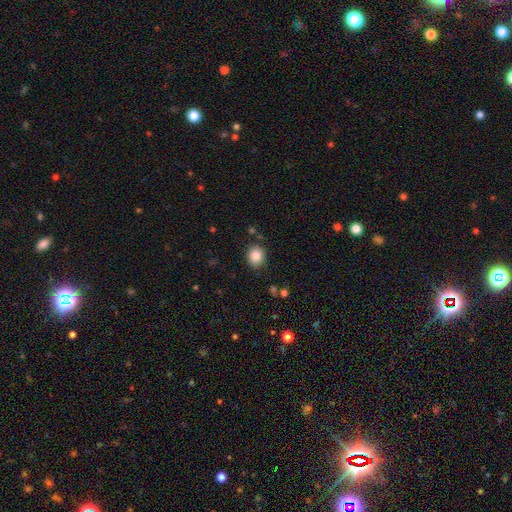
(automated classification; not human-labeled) Q: Smooth or featured?
A: smooth (86%); runner-up: star or artifact (9%)
Q: How rounded?
A: round (64%); runner-up: in between (35%)
Q: Merging?
A: none (84%); runner-up: minor disturbance (11%)